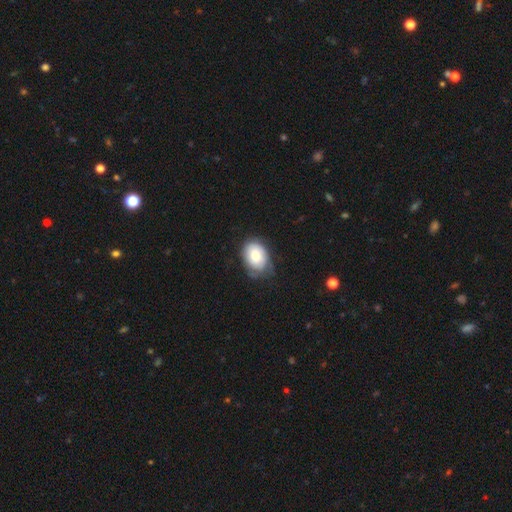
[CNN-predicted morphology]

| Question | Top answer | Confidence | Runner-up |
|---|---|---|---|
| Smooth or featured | smooth | 66% | featured or disk (27%) |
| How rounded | in between | 69% | round (30%) |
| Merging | none | 57% | minor disturbance (30%) |